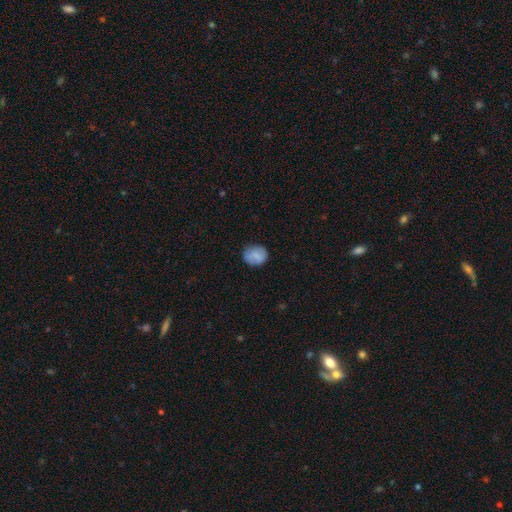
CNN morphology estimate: smooth-or-featured: smooth: 79% | featured or disk: 13% | star or artifact: 8%
  how-rounded: round: 66% | in between: 33% | cigar-shaped: 1%
  merging: none: 81% | minor disturbance: 14% | major disturbance: 4% | merger: 1%